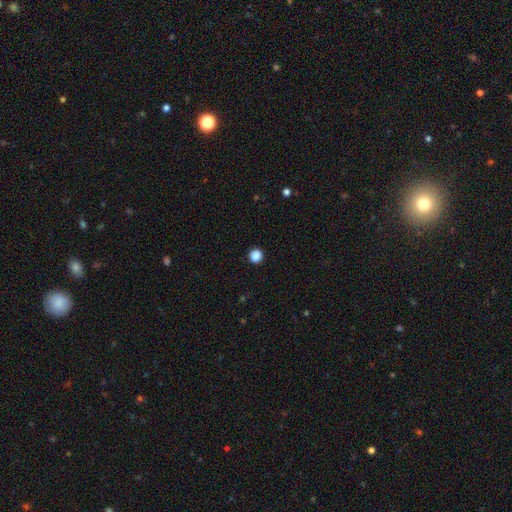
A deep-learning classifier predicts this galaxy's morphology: smooth_or_featured: smooth (p=0.87) [alt: star or artifact p=0.11]
how_rounded: round (p=0.93) [alt: in between p=0.06]
merging: none (p=0.92) [alt: minor disturbance p=0.05]